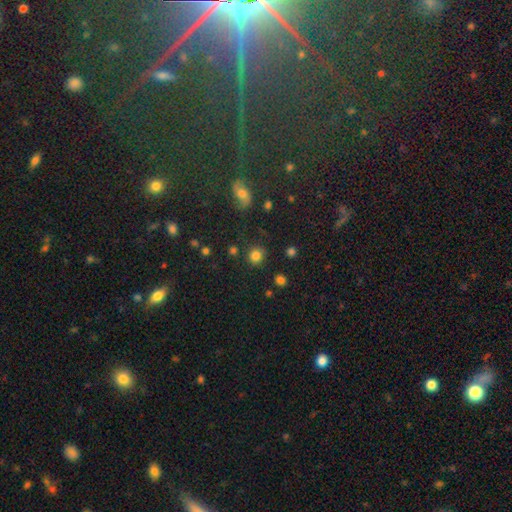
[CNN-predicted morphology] Q: Smooth or featured?
A: smooth (82%); runner-up: star or artifact (13%)
Q: How rounded?
A: round (88%); runner-up: in between (11%)
Q: Merging?
A: none (84%); runner-up: minor disturbance (9%)